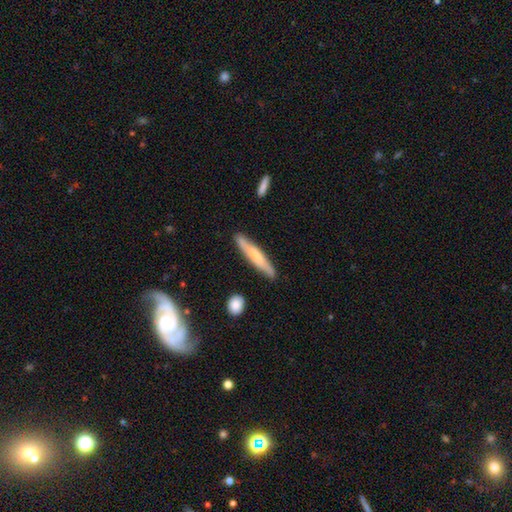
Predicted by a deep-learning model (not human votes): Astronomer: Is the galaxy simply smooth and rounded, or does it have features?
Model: smooth — 56% (runner-up: featured or disk, 39%).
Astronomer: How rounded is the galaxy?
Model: cigar-shaped — 91%.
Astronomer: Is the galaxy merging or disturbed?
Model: none — 84%.